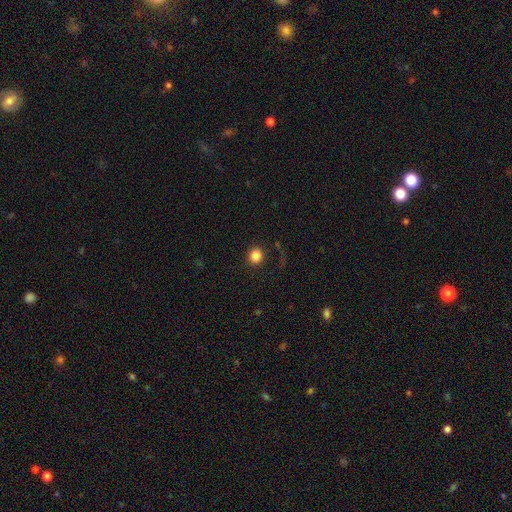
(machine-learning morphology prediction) This is clearly a smooth galaxy (84%). How rounded: clearly round (89%). Merging: clearly none (87%).